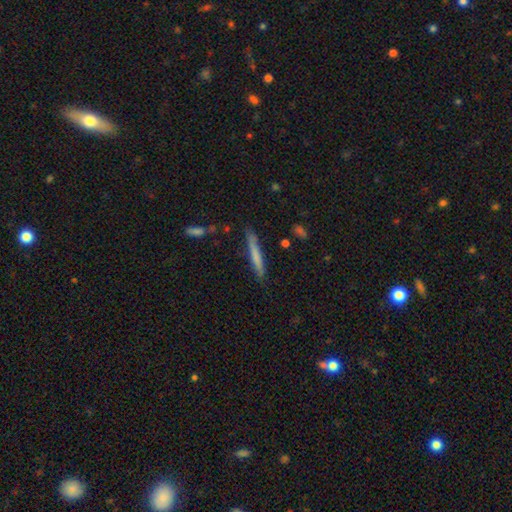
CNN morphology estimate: type=smooth (66%); roundness=cigar-shaped (95%); merging=none (82%).